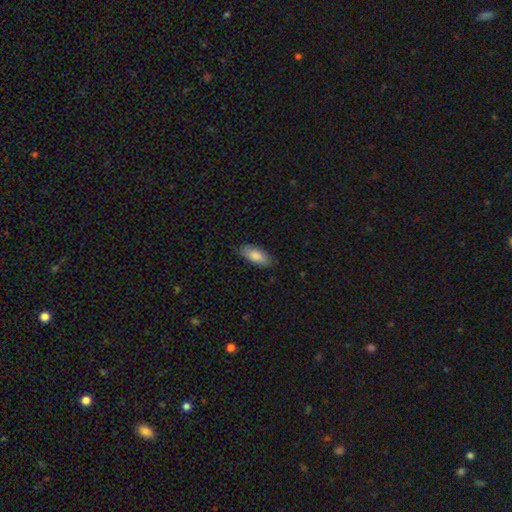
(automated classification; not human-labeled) smooth 84%, featured or disk 10%, star or artifact 6%. Down the decision tree: how rounded — in between (84%); merging — none (82%).